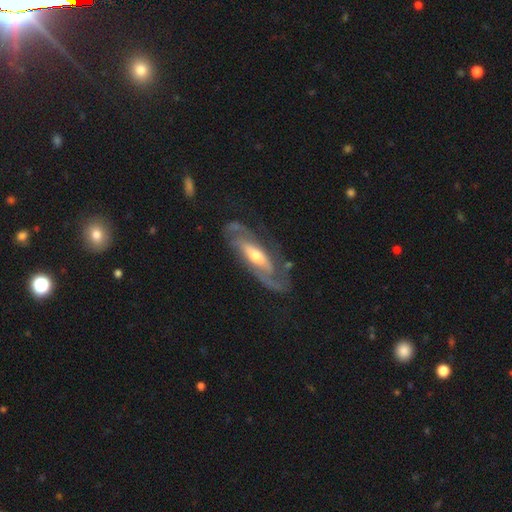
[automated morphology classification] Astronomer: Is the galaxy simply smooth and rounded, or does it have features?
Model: featured or disk — 82%.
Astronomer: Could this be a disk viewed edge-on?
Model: no — 83%.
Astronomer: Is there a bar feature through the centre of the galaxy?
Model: no — 41% (runner-up: weak, 32%).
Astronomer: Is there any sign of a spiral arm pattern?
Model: yes — 89%.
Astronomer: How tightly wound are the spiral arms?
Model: medium — 43% (runner-up: tight, 35%).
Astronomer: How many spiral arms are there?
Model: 2 — 71%.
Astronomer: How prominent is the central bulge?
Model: moderate — 63%.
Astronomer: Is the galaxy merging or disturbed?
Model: none — 63%.